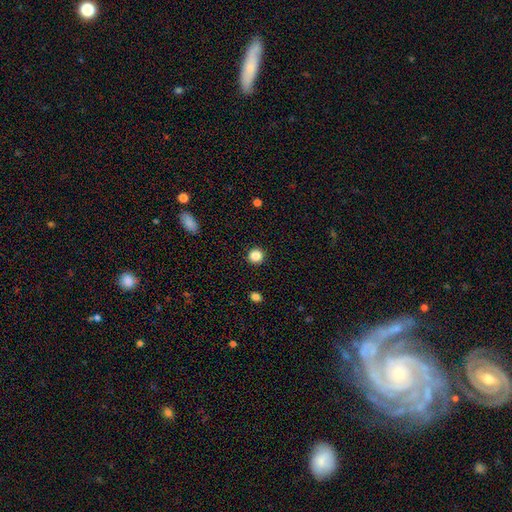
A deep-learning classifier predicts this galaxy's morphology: type=smooth (86%); roundness=round (94%); merging=none (93%).